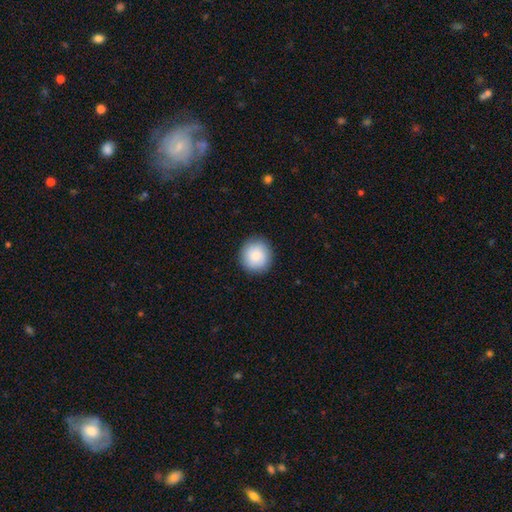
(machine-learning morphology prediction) Q: Smooth or featured?
A: smooth (86%); runner-up: featured or disk (7%)
Q: How rounded?
A: round (93%); runner-up: in between (6%)
Q: Merging?
A: none (90%); runner-up: minor disturbance (7%)